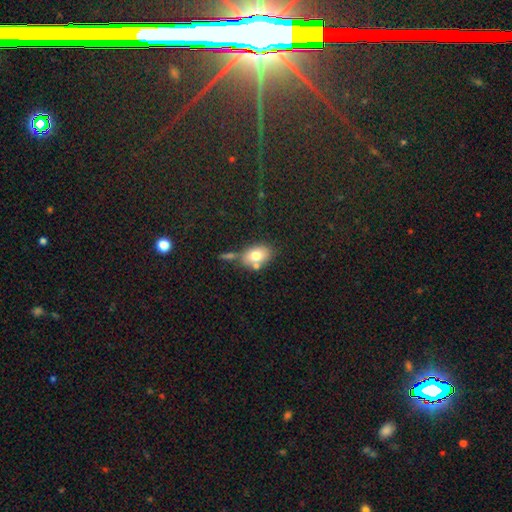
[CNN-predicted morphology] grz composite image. It shows a smooth galaxy with no disk features (75%) that is in between round and cigar-shaped (78%). Merging: none (55%).